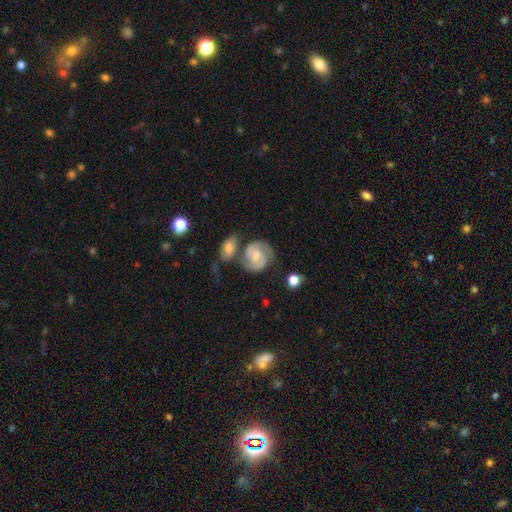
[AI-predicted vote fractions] Morphology: type=featured or disk (62%); edge-on=no (97%); bar=weak (46%); spiral arms=yes (87%); winding=tight (43%, tied with medium); arm count=2 (76%); bulge=small (43%); merging=none (47%).